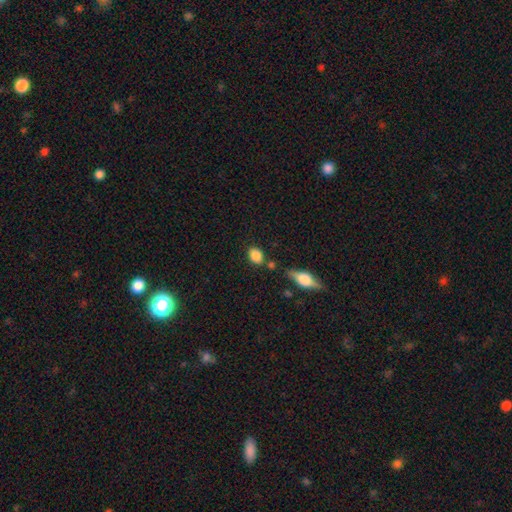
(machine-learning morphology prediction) This appears to be a smooth galaxy with no disk features (85%) that is in between round and cigar-shaped (62%). Merging: none (73%).